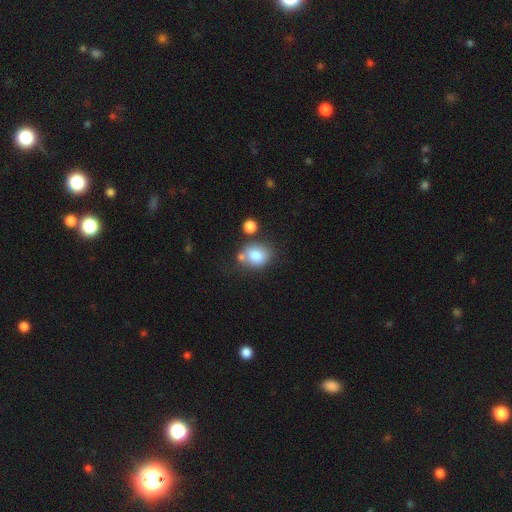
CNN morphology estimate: Smooth or featured? smooth (80%)
How rounded? round (61%)
Merging? none (58%)